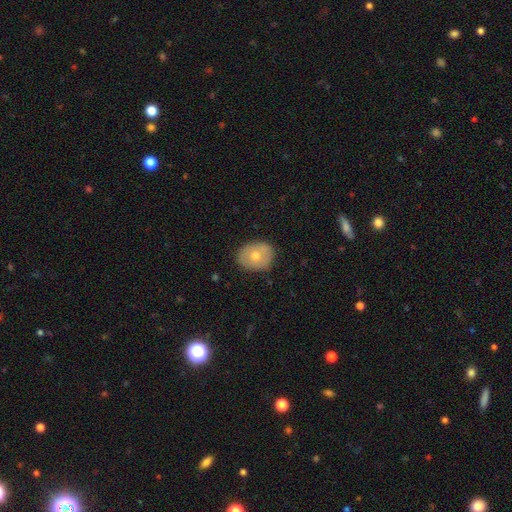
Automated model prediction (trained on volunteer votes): smooth 60%, featured or disk 31%, star or artifact 9%. Down the decision tree: how rounded — round (51%); merging — none (85%).